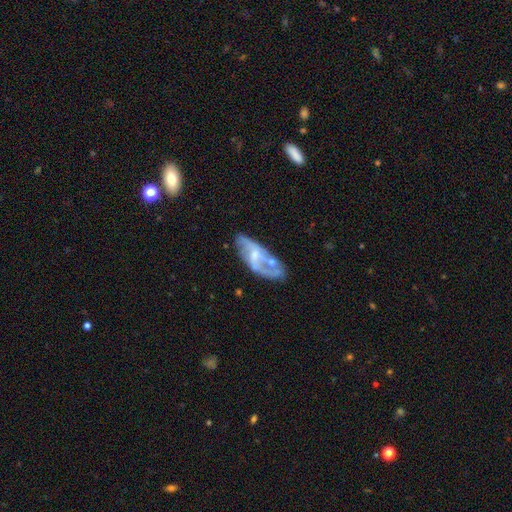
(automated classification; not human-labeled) A featured or disk galaxy (73%) with no bar (50%), spiral arms (74%) and a small central bulge (49%). Merging: none (48%).